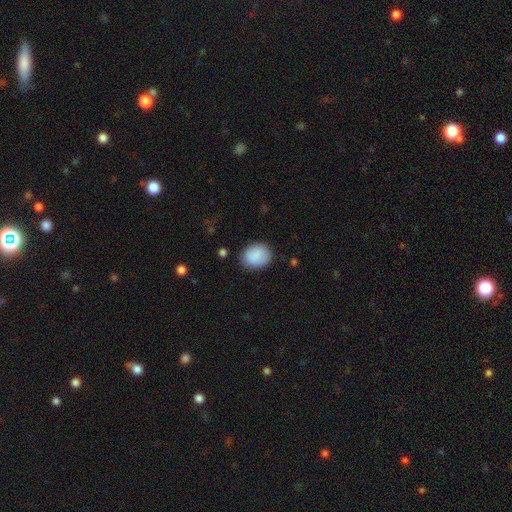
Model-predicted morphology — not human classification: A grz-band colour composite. It shows a smooth galaxy with no disk features (88%) that is round (54%). Merging: none (84%).